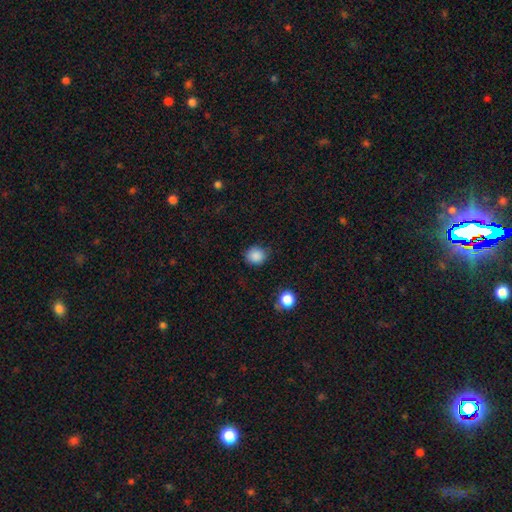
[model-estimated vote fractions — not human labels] A smooth galaxy with no disk features (87%) that is round (87%).

Vote fractions:
- Smooth or featured? smooth: 87% / star or artifact: 10% / featured or disk: 3%
- How rounded? round: 87% / in between: 12% / cigar-shaped: 1%
- Merging? none: 81% / minor disturbance: 14% / major disturbance: 3% / merger: 2%